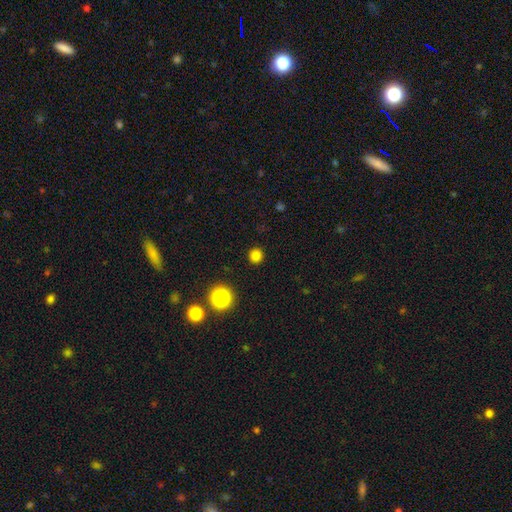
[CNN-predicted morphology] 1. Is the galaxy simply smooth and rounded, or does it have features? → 81% smooth, 16% star or artifact, 4% featured or disk.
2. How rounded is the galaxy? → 93% round, 6% in between, 1% cigar-shaped.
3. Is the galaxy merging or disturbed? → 92% none, 5% minor disturbance, 2% major disturbance, 1% merger.